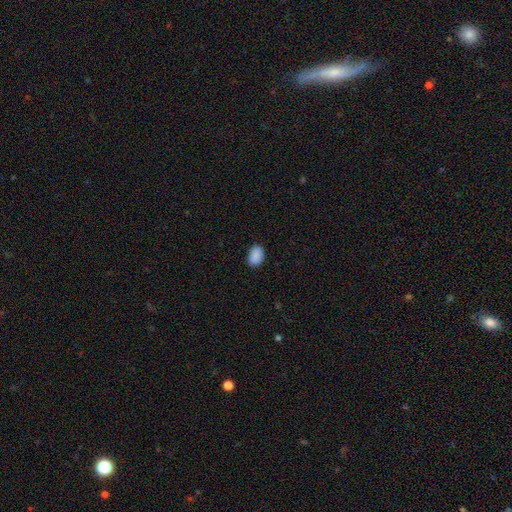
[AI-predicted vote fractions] smooth 90%, star or artifact 7%, featured or disk 3%. Down the decision tree: how rounded — in between (83%); merging — none (87%).